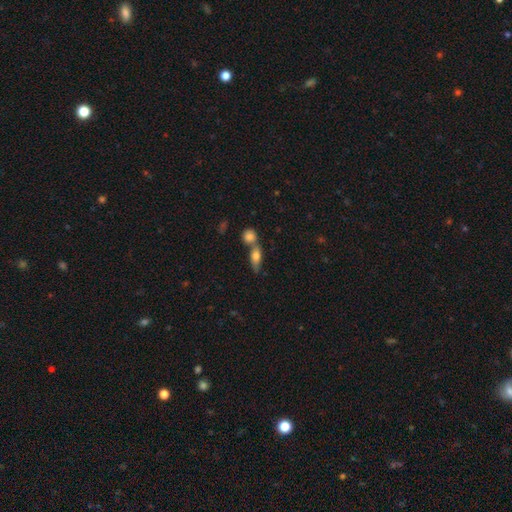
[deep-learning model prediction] smooth_or_featured: smooth (p=0.69) [alt: featured or disk p=0.22]
how_rounded: in between (p=0.68) [alt: cigar-shaped p=0.23]
merging: merger (p=0.50) [alt: none p=0.38]